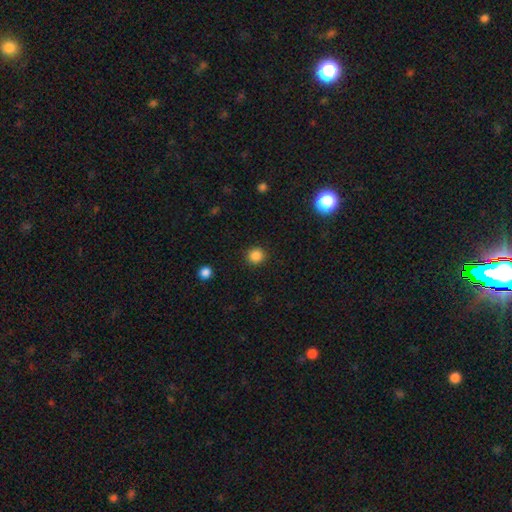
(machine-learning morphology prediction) smooth_or_featured: smooth (p=0.86) [alt: star or artifact p=0.11]
how_rounded: round (p=0.91) [alt: in between p=0.08]
merging: none (p=0.91) [alt: minor disturbance p=0.06]